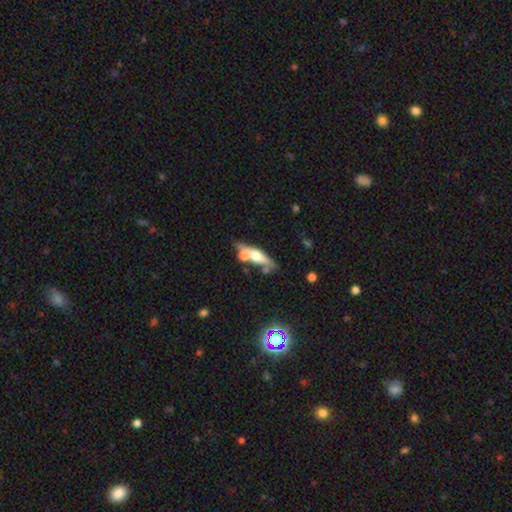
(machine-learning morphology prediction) type=featured or disk (51%); edge-on=yes (76%); merging=none (48%).